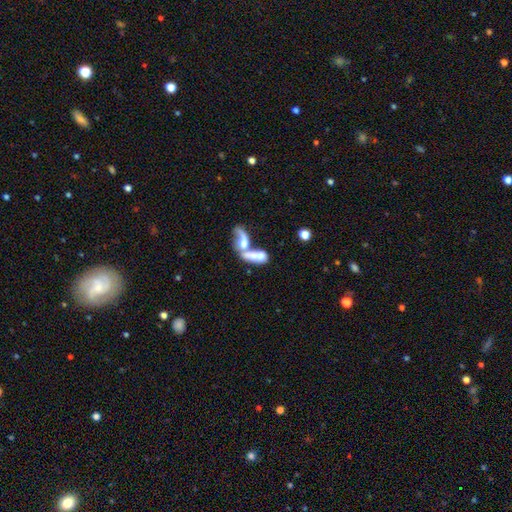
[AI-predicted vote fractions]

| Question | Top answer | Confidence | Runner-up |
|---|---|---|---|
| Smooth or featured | smooth | 49% | featured or disk (42%) |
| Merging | merger | 75% | none (10%) |